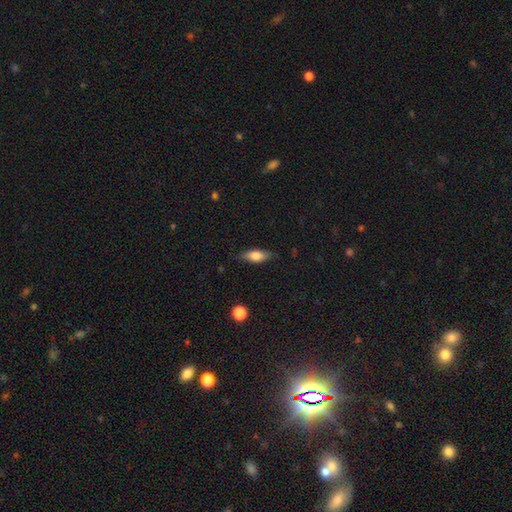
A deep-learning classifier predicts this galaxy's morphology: smooth-or-featured: smooth: 68% | featured or disk: 25% | star or artifact: 7%
  how-rounded: in between: 65% | cigar-shaped: 31% | round: 3%
  merging: none: 82% | minor disturbance: 13% | major disturbance: 3% | merger: 1%